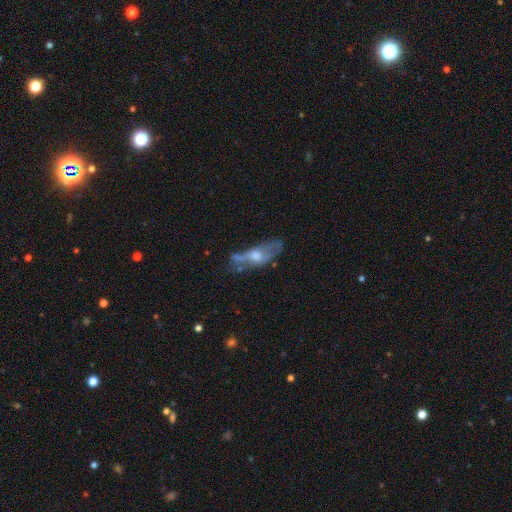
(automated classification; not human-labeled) Smooth or featured? featured or disk (61%)
Edge-on disk? no (67%)
Merging? none (38%)